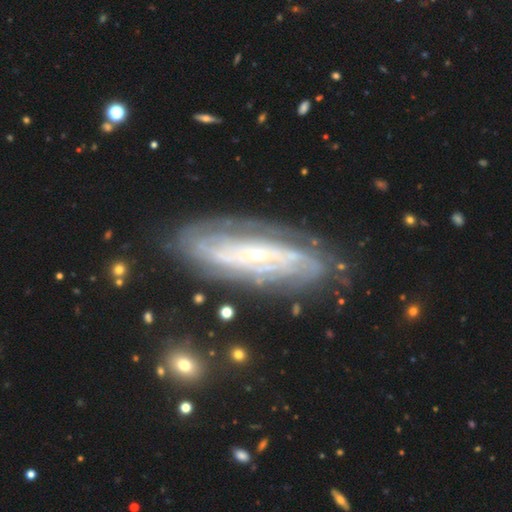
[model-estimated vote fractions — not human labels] A featured or disk galaxy (83%) with no bar (58%), tight (70%) spiral arms (90%) and a small central bulge (76%).

Vote fractions:
- Smooth or featured? featured or disk: 83% / smooth: 11% / star or artifact: 6%
- Edge-on disk? no: 83% / yes: 17%
- Bar? no: 58% / weak: 27% / strong: 15%
- Spiral arms? yes: 90% / no: 10%
- Spiral winding? tight: 70% / medium: 23% / loose: 7%
- Spiral arm count? can't tell: 48% / 2: 20% / 3: 11% / 4: 9% / more than 4: 7% / 1: 5%
- Bulge size? small: 76% / moderate: 19% / none: 2% / large: 2% / dominant: 1%
- Merging? none: 78% / minor disturbance: 15% / major disturbance: 5% / merger: 2%